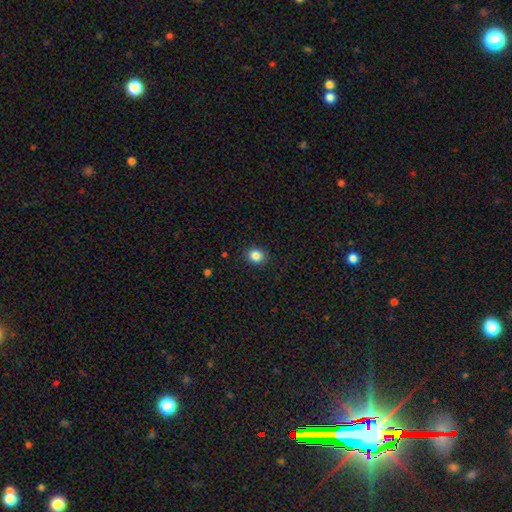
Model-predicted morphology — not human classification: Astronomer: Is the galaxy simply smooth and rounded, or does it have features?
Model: smooth — 84%.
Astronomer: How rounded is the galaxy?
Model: round — 80%.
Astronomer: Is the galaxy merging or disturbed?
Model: none — 91%.